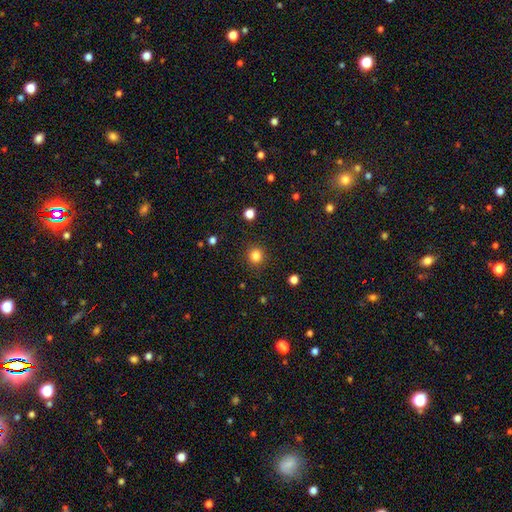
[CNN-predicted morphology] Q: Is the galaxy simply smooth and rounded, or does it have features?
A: smooth — 83%.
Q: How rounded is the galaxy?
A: round — 91%.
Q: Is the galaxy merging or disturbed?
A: none — 90%.